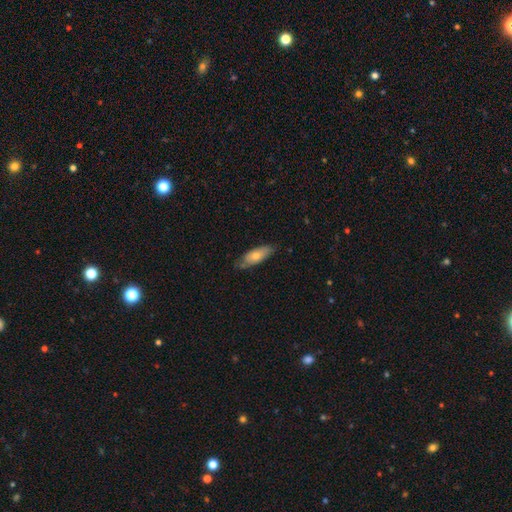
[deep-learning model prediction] smooth_or_featured: smooth (p=0.64) [alt: featured or disk p=0.30]
how_rounded: in between (p=0.67) [alt: cigar-shaped p=0.31]
merging: none (p=0.72) [alt: minor disturbance p=0.23]